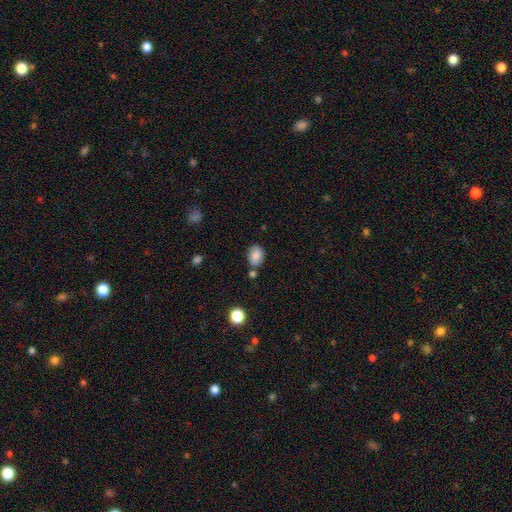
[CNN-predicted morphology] A smooth galaxy with no disk features (83%) that is in between round and cigar-shaped (71%).

Vote fractions:
- Smooth or featured? smooth: 83% / star or artifact: 9% / featured or disk: 8%
- How rounded? in between: 71% / round: 28% / cigar-shaped: 1%
- Merging? none: 71% / minor disturbance: 16% / merger: 9% / major disturbance: 4%